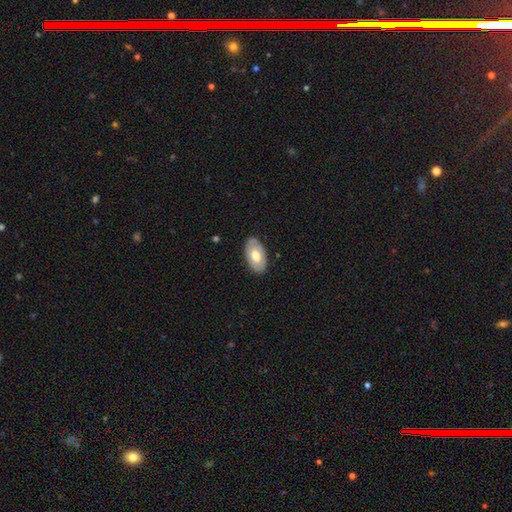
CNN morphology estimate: A smooth galaxy with no disk features (56%) that is in between round and cigar-shaped (94%). Merging: none (85%).